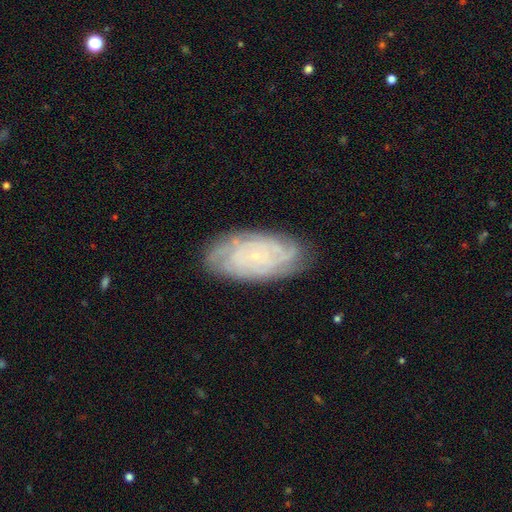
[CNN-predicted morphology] smooth-or-featured: featured or disk: 78% | smooth: 15% | star or artifact: 7%
  disk-edge-on: no: 94% | yes: 6%
    bar: no: 78% | weak: 18% | strong: 4%
    has-spiral-arms: yes: 95% | no: 5%
      spiral-winding: tight: 79% | medium: 17% | loose: 4%
      spiral-arm-count: can't tell: 38% | 4: 22% | 3: 13% | more than 4: 12% | 2: 10% | 1: 6%
    bulge-size: small: 86% | moderate: 8% | none: 4% | large: 1% | dominant: 1%
  merging: none: 79% | minor disturbance: 16% | major disturbance: 4% | merger: 1%